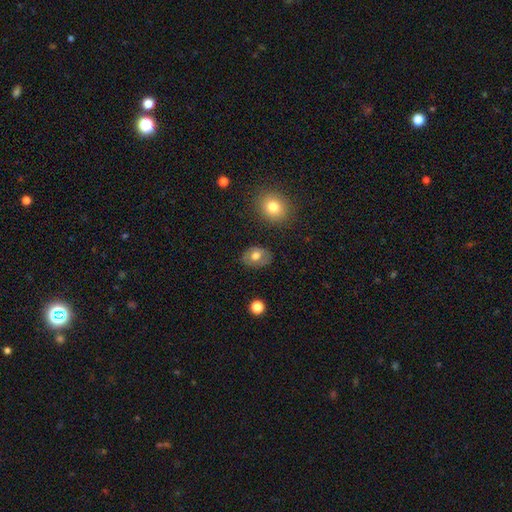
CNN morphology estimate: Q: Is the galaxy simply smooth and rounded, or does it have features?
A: smooth — 69%.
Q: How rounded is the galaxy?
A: in between — 69%.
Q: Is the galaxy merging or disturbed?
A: none — 83%.